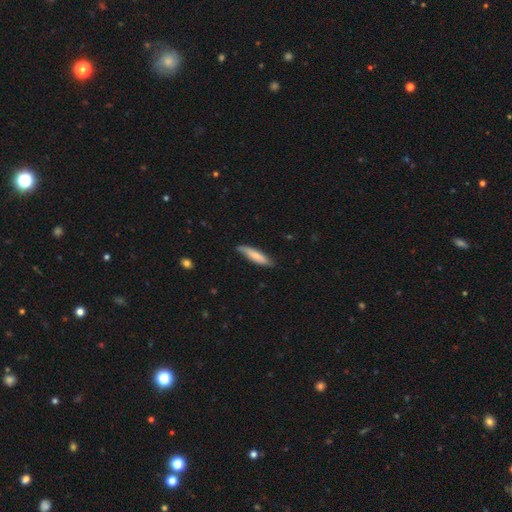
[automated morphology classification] Overall: smooth (75%). How rounded: cigar-shaped (78%). Merging: none (79%).